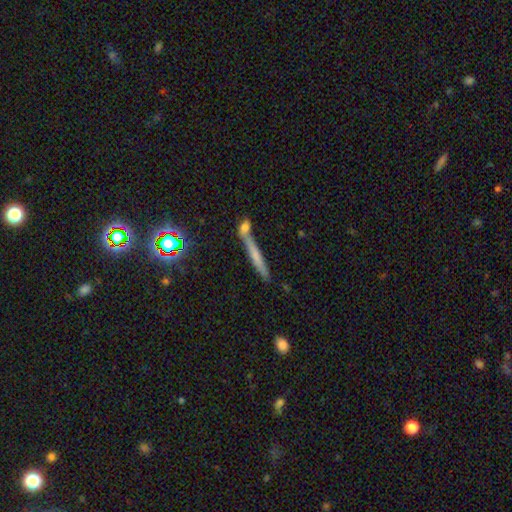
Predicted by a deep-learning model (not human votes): Smooth or featured: smooth — 56% (featured or disk — 33%)
How rounded: cigar-shaped — 92% (in between — 6%)
Merging: none — 54% (merger — 31%)